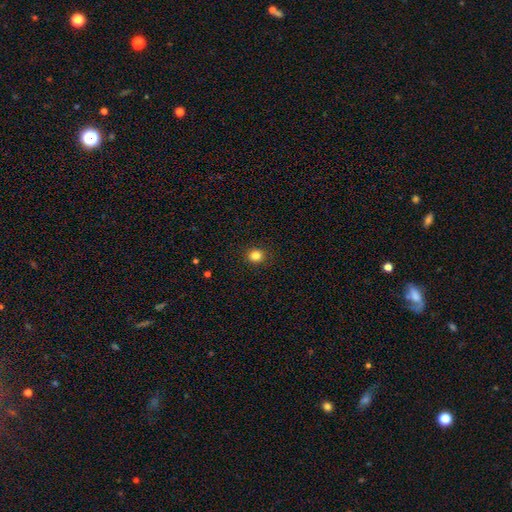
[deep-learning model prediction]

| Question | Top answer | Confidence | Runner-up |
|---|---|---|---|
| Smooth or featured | smooth | 84% | star or artifact (12%) |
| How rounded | round | 83% | in between (16%) |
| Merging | none | 90% | minor disturbance (6%) |